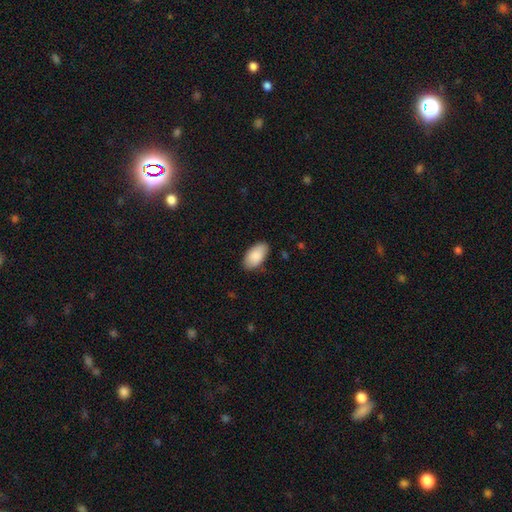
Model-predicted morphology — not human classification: A smooth galaxy with no disk features (88%) that is in between round and cigar-shaped (96%).

Vote fractions:
- Smooth or featured? smooth: 88% / featured or disk: 6% / star or artifact: 6%
- How rounded? in between: 96% / round: 3% / cigar-shaped: 2%
- Merging? none: 83% / minor disturbance: 13% / major disturbance: 3% / merger: 1%